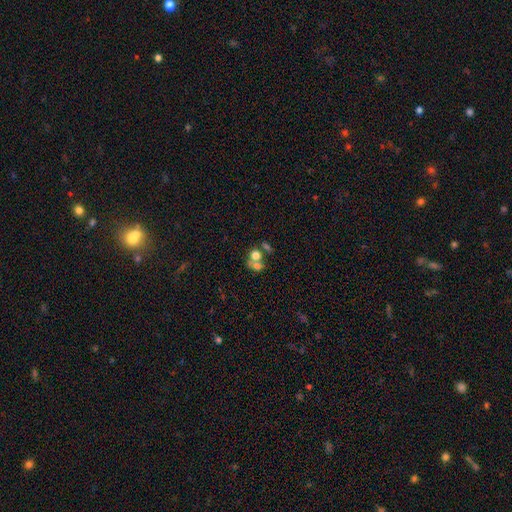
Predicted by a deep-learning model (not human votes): This appears to be a smooth galaxy with no disk features (68%) that is round (64%). Merging: merger (57%).